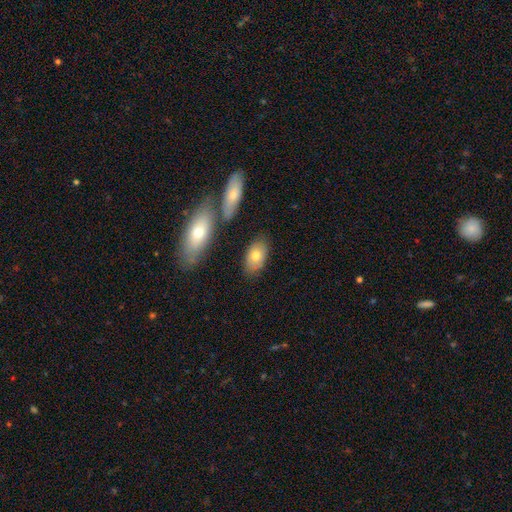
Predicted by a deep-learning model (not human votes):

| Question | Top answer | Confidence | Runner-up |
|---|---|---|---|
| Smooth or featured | smooth | 74% | featured or disk (19%) |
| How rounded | in between | 90% | round (7%) |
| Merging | none | 78% | minor disturbance (13%) |